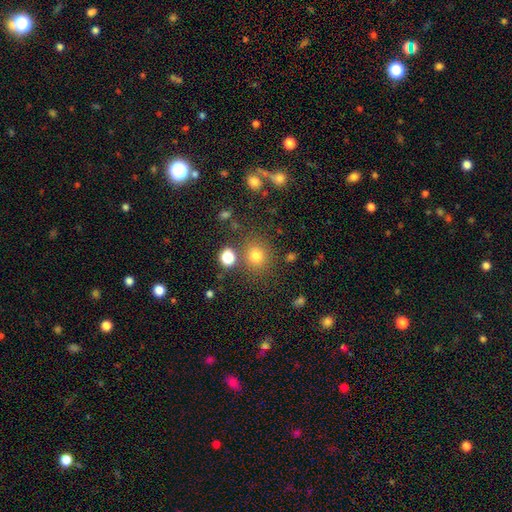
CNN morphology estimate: Smooth or featured?
  - smooth: 76% *
  - star or artifact: 17%
  - featured or disk: 7%
How rounded?
  - round: 85% *
  - in between: 14%
  - cigar-shaped: 1%
Merging?
  - none: 79% *
  - minor disturbance: 9%
  - merger: 8%
  - major disturbance: 4%